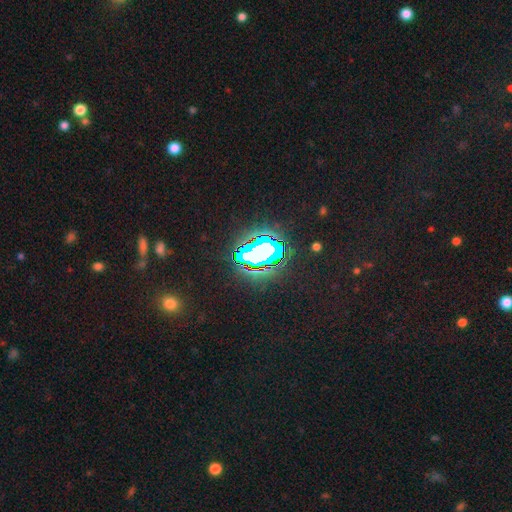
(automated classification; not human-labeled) Overall: star or artifact (65%).